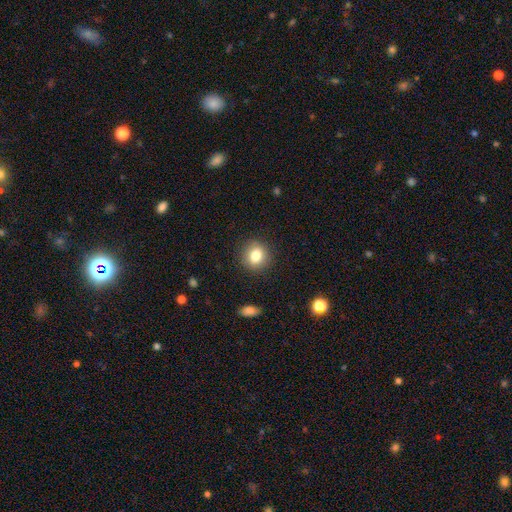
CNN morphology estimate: smooth 81%, star or artifact 10%, featured or disk 9%. Down the decision tree: how rounded — round (79%); merging — none (89%).